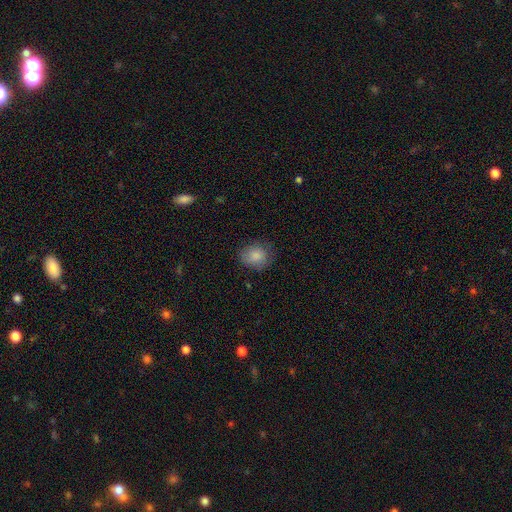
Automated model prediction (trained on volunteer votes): Smooth or featured? smooth (85%)
How rounded? round (65%)
Merging? none (76%)